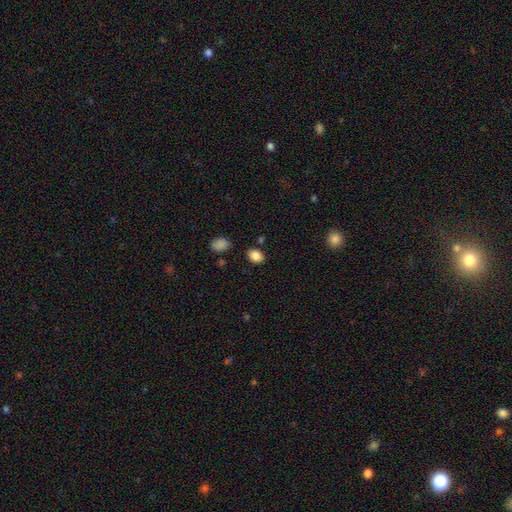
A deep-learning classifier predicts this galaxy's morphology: smooth_or_featured: smooth (p=0.86) [alt: star or artifact p=0.09]
how_rounded: in between (p=0.65) [alt: round p=0.34]
merging: none (p=0.80) [alt: minor disturbance p=0.13]